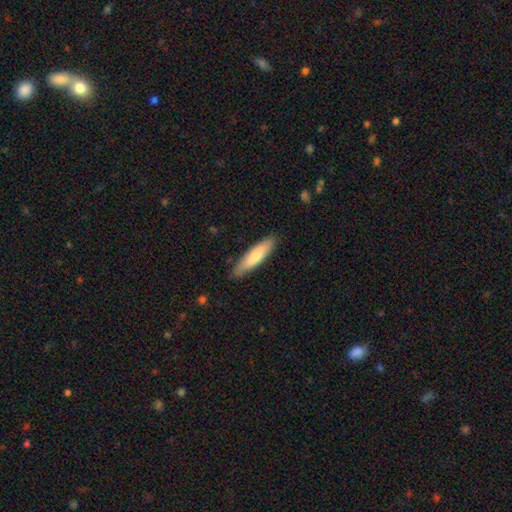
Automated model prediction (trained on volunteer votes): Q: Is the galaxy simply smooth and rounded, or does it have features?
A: smooth — 74%.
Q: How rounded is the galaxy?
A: cigar-shaped — 74%.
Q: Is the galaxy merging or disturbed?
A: none — 84%.